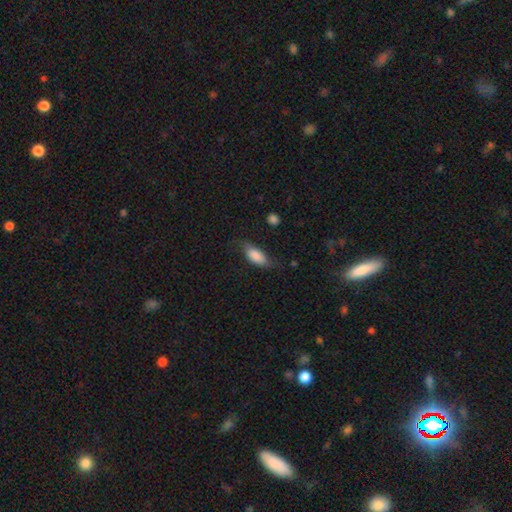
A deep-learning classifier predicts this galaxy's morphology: A smooth galaxy with no disk features (78%) that is in between round and cigar-shaped (82%).

Vote fractions:
- Smooth or featured? smooth: 78% / featured or disk: 15% / star or artifact: 7%
- How rounded? in between: 82% / cigar-shaped: 15% / round: 3%
- Merging? none: 59% / minor disturbance: 27% / major disturbance: 12% / merger: 2%